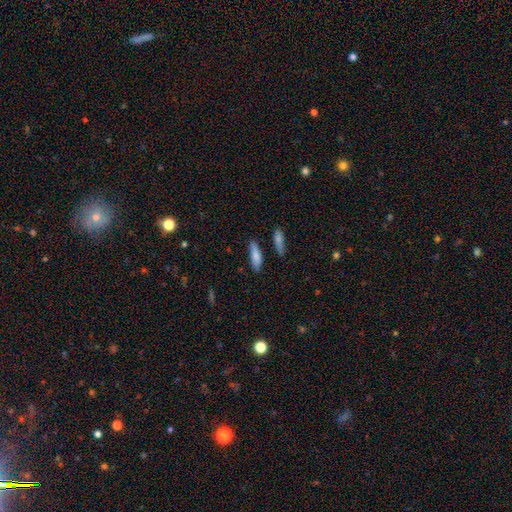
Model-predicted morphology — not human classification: Overall: smooth (80%). How rounded: cigar-shaped (62%; in between 36%). Merging: none (78%).